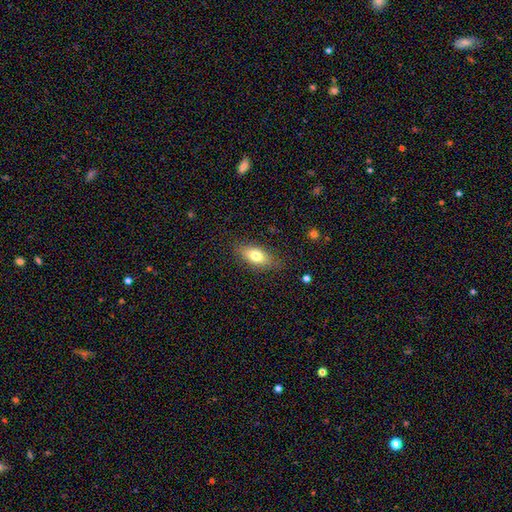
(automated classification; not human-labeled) A smooth galaxy with no disk features (75%) that is in between round and cigar-shaped (84%). Merging: none (82%).